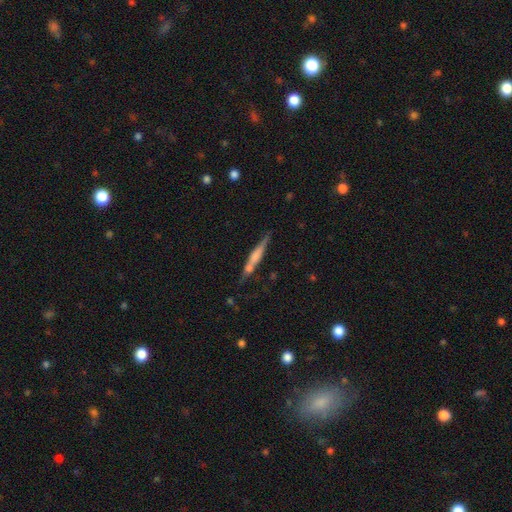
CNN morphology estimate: Smooth or featured: smooth — 47% (featured or disk — 46%)
Merging: none — 67% (minor disturbance — 17%)